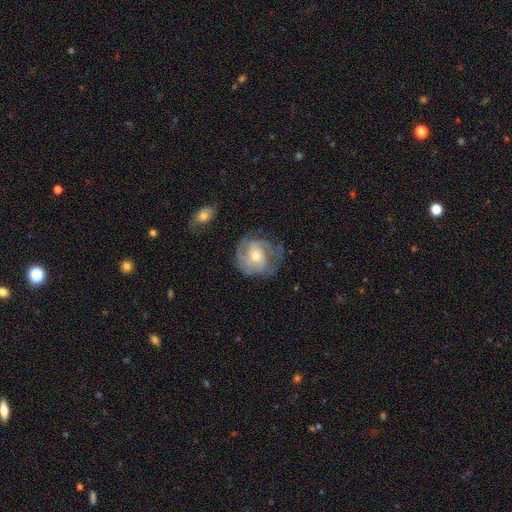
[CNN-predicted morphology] This is likely a featured or disk galaxy (75%). It is clearly not viewed edge-on (97%). Bar: likely no (60%). Spiral arm pattern: clearly yes (89%). Spiral arm count: marginally 2 (34%). Spiral winding: possibly tight (48%). Central bulge: possibly moderate (57%). Merging: likely none (62%).